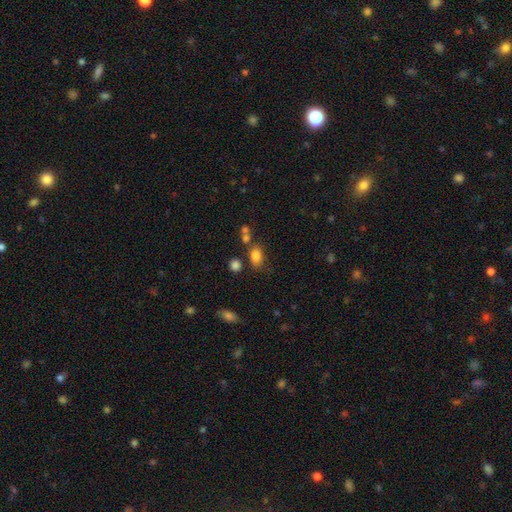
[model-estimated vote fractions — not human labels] The model was most divided on "merging": none: 59%, minor disturbance: 17%, merger: 17%, major disturbance: 7%. More confident: smooth or featured — smooth (81%); how rounded — in between (79%).